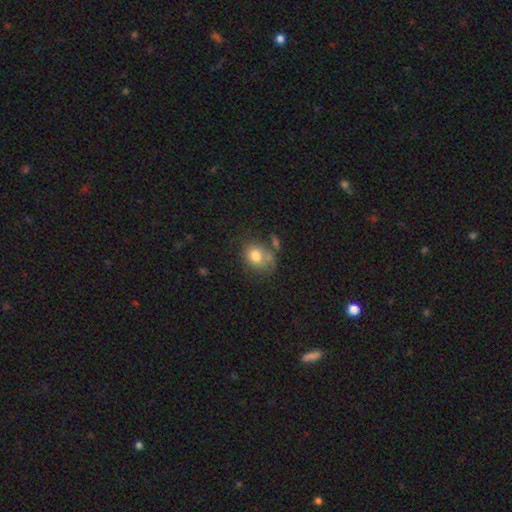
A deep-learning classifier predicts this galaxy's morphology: Smooth or featured? Predicted: smooth (p=0.77). How rounded? Predicted: in between (p=0.50). Merging? Predicted: none (p=0.46).